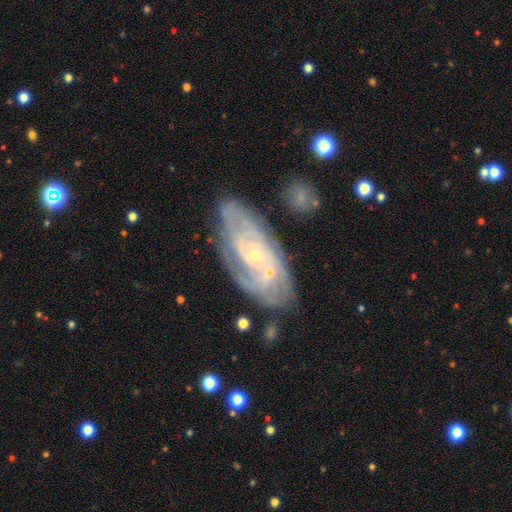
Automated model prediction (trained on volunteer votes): A featured or disk galaxy (76%) with no bar (72%), tight (63%) spiral arms (87%) and a small central bulge (82%).

Vote fractions:
- Smooth or featured? featured or disk: 76% / smooth: 17% / star or artifact: 7%
- Edge-on disk? no: 93% / yes: 7%
- Bar? no: 72% / weak: 23% / strong: 5%
- Spiral arms? yes: 87% / no: 13%
- Spiral winding? tight: 63% / medium: 28% / loose: 9%
- Spiral arm count? can't tell: 47% / 2: 22% / 3: 14% / 4: 7% / 1: 5% / more than 4: 5%
- Bulge size? small: 82% / moderate: 12% / none: 4% / large: 1% / dominant: 1%
- Merging? none: 61% / minor disturbance: 19% / merger: 12% / major disturbance: 8%